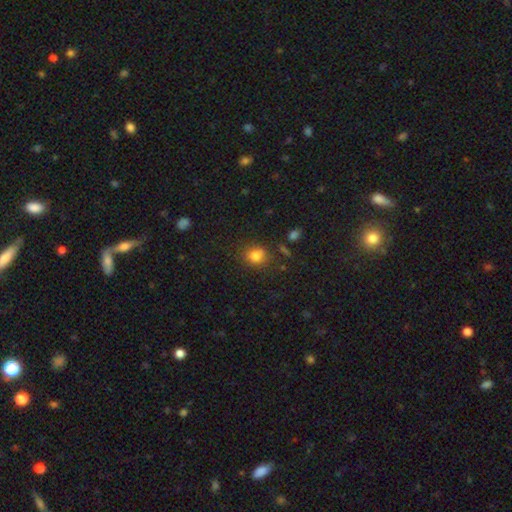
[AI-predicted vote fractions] Q: Smooth or featured?
A: smooth (81%); runner-up: star or artifact (13%)
Q: How rounded?
A: round (69%); runner-up: in between (30%)
Q: Merging?
A: none (75%); runner-up: minor disturbance (15%)